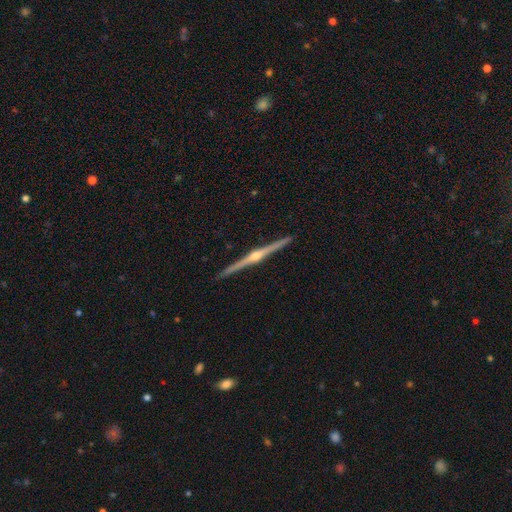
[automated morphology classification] smooth_or_featured: featured or disk (p=0.89) [alt: smooth p=0.06]
disk_edge_on: yes (p=0.99) [alt: no p=0.01]
edge_on_bulge: rounded (p=0.93) [alt: none p=0.03]
merging: none (p=0.93) [alt: minor disturbance p=0.04]